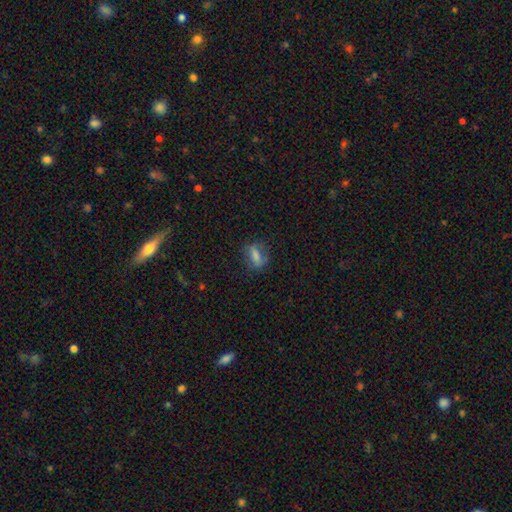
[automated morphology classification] A smooth galaxy with no disk features (66%) that is in between round and cigar-shaped (63%).

Vote fractions:
- Smooth or featured? smooth: 66% / featured or disk: 23% / star or artifact: 12%
- How rounded? in between: 63% / cigar-shaped: 24% / round: 12%
- Merging? none: 67% / minor disturbance: 20% / major disturbance: 11% / merger: 2%